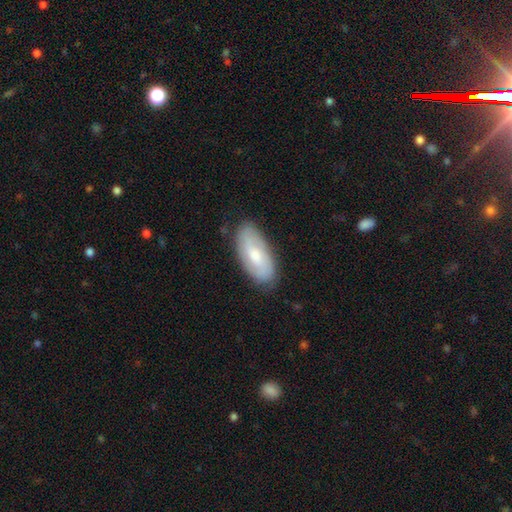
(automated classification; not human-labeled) Q: Smooth or featured?
A: smooth (54%); runner-up: featured or disk (40%)
Q: How rounded?
A: in between (89%); runner-up: cigar-shaped (9%)
Q: Merging?
A: none (81%); runner-up: minor disturbance (15%)